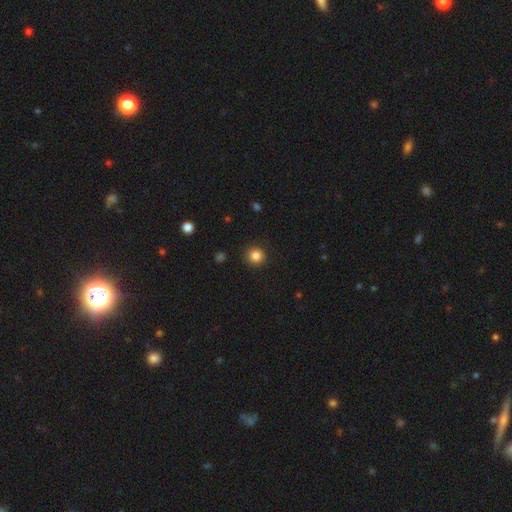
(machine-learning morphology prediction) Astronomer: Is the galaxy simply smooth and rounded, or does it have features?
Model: smooth — 85%.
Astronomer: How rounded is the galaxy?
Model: round — 93%.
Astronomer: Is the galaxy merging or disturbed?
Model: none — 90%.